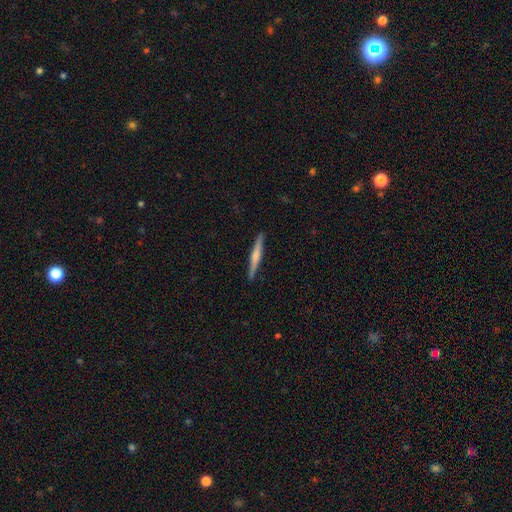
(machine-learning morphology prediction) A featured or disk galaxy (53%) viewed edge-on (98%) with a rounded central bulge (59%).

Vote fractions:
- Smooth or featured? featured or disk: 53% / smooth: 41% / star or artifact: 5%
- Edge-on disk? yes: 98% / no: 2%
- Edge-on bulge? rounded: 59% / none: 25% / boxy: 17%
- Merging? none: 91% / minor disturbance: 7% / major disturbance: 1% / merger: 1%